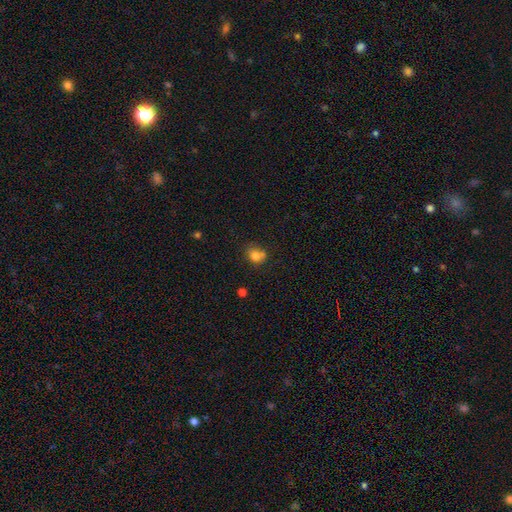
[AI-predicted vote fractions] Overall: smooth (79%). How rounded: round (59%; in between 40%). Merging: none (51%; minor disturbance 25%).